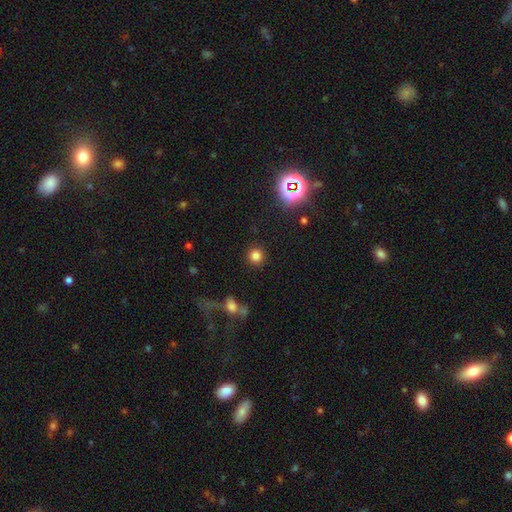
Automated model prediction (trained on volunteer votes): smooth-or-featured: smooth: 79% | star or artifact: 15% | featured or disk: 5%
  how-rounded: round: 93% | in between: 6% | cigar-shaped: 1%
  merging: none: 90% | minor disturbance: 5% | major disturbance: 3% | merger: 2%